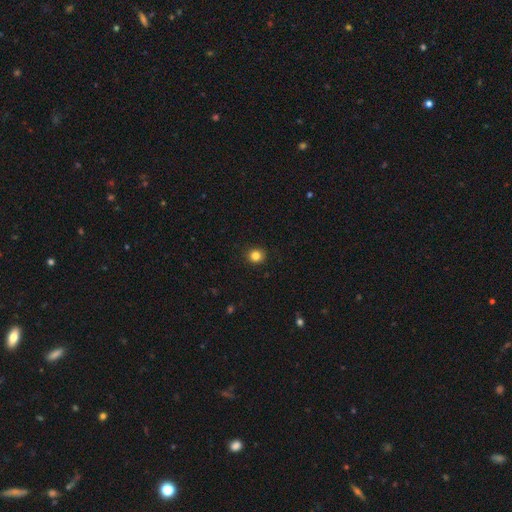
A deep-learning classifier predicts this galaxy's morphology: A smooth galaxy with no disk features (83%) that is round (89%). Merging: none (92%).